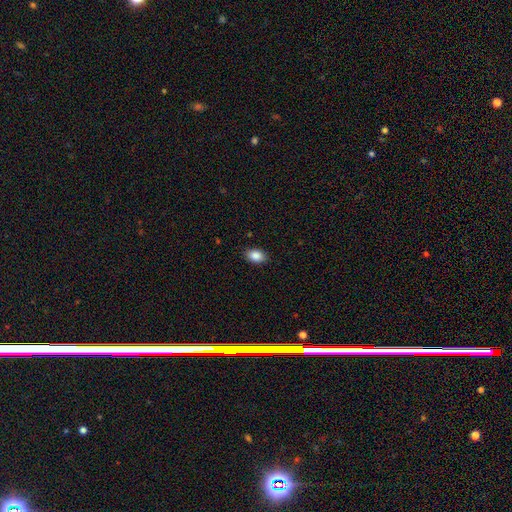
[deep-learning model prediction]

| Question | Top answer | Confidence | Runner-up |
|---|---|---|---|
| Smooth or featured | smooth | 88% | star or artifact (8%) |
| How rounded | in between | 85% | round (14%) |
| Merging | none | 88% | minor disturbance (9%) |